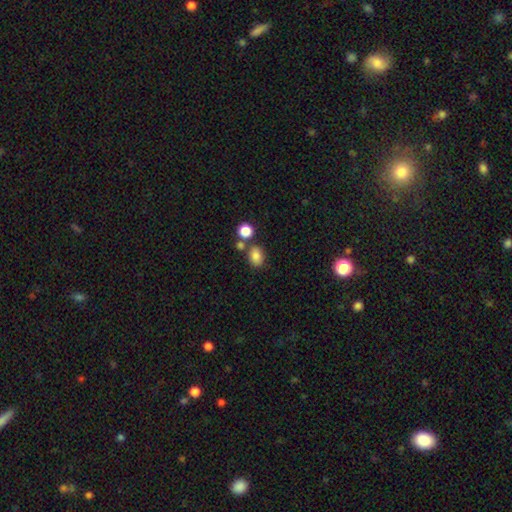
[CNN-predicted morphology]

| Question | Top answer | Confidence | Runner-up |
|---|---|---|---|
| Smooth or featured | smooth | 83% | star or artifact (11%) |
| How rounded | in between | 65% | round (34%) |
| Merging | none | 66% | merger (18%) |